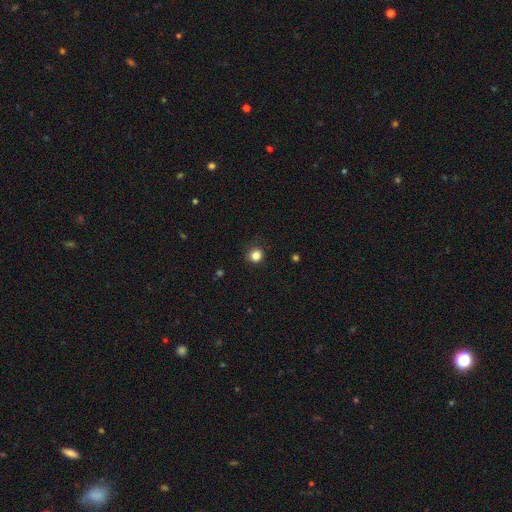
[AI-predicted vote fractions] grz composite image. It shows a smooth galaxy with no disk features (84%) that is round (88%). Merging: none (87%).